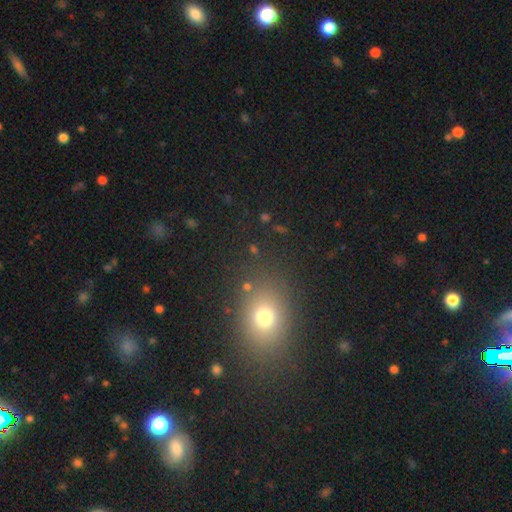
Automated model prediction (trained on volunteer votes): Morphology: type=smooth (62%); roundness=in between (55%); merging=none (86%).